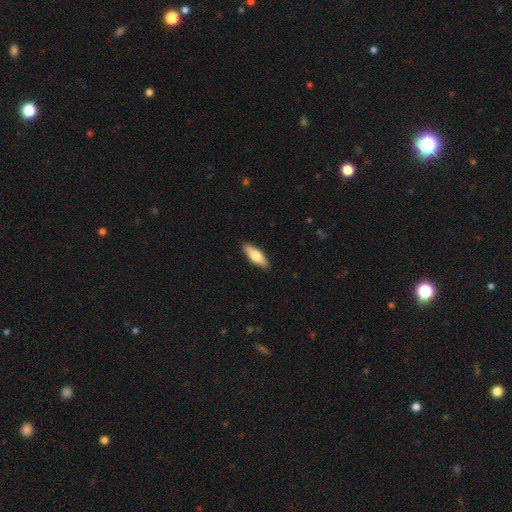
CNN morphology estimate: A smooth galaxy with no disk features (68%) that is in between round and cigar-shaped (54%).

Vote fractions:
- Smooth or featured? smooth: 68% / featured or disk: 27% / star or artifact: 5%
- How rounded? in between: 54% / cigar-shaped: 44% / round: 2%
- Merging? none: 90% / minor disturbance: 7% / major disturbance: 2% / merger: 1%